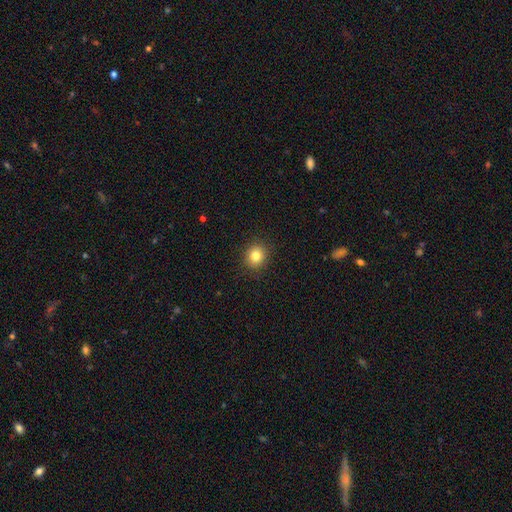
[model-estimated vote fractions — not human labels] smooth 82%, star or artifact 11%, featured or disk 7%. Down the decision tree: how rounded — round (84%); merging — none (91%).